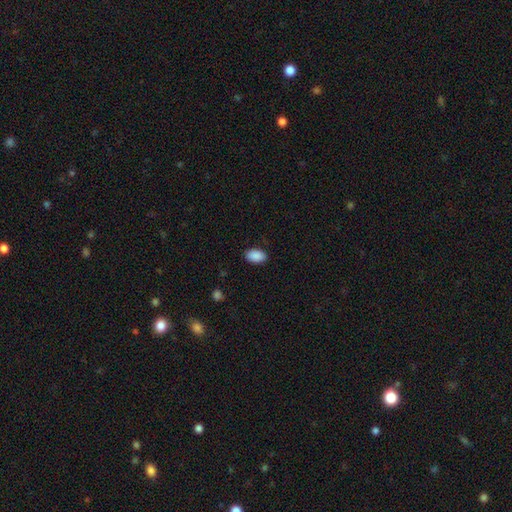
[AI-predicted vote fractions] Q: Smooth or featured?
A: smooth (90%); runner-up: star or artifact (7%)
Q: How rounded?
A: in between (93%); runner-up: round (5%)
Q: Merging?
A: none (88%); runner-up: minor disturbance (9%)